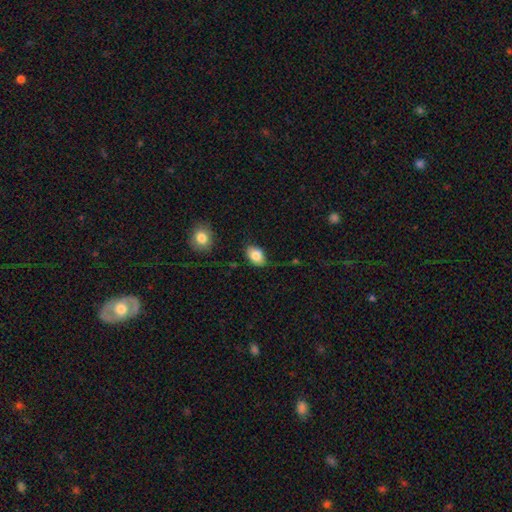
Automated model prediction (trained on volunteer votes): Smooth or featured? Predicted: smooth (p=0.84). How rounded? Predicted: in between (p=0.86). Merging? Predicted: none (p=0.80).